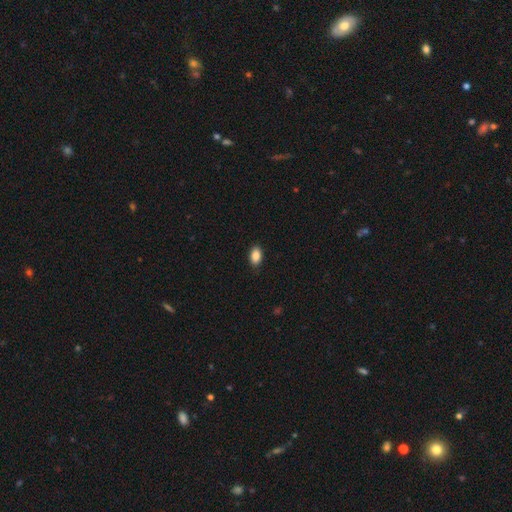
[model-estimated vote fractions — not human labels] Smooth or featured: smooth — 88% (star or artifact — 8%)
How rounded: in between — 90% (round — 8%)
Merging: none — 88% (minor disturbance — 9%)